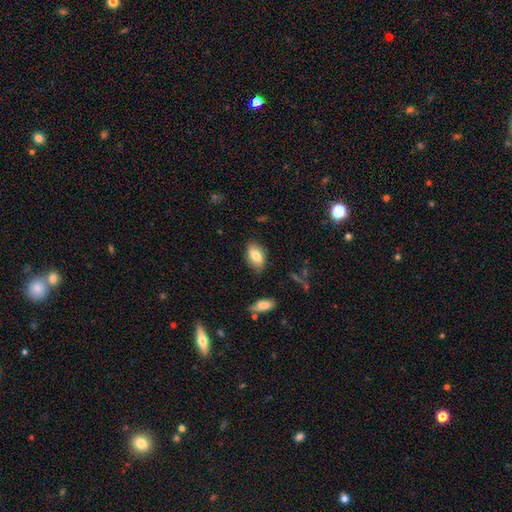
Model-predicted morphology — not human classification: Smooth or featured: smooth — 77% (featured or disk — 15%)
How rounded: in between — 90% (round — 7%)
Merging: none — 82% (minor disturbance — 13%)